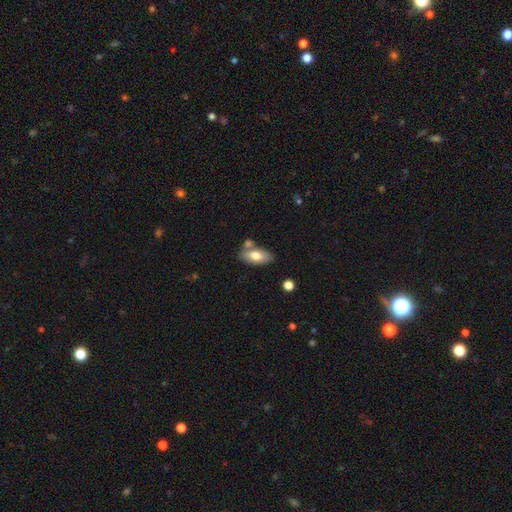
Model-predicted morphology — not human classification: smooth-or-featured: smooth: 72% | featured or disk: 22% | star or artifact: 6%
  how-rounded: in between: 90% | cigar-shaped: 7% | round: 3%
  merging: none: 66% | merger: 17% | minor disturbance: 14% | major disturbance: 3%